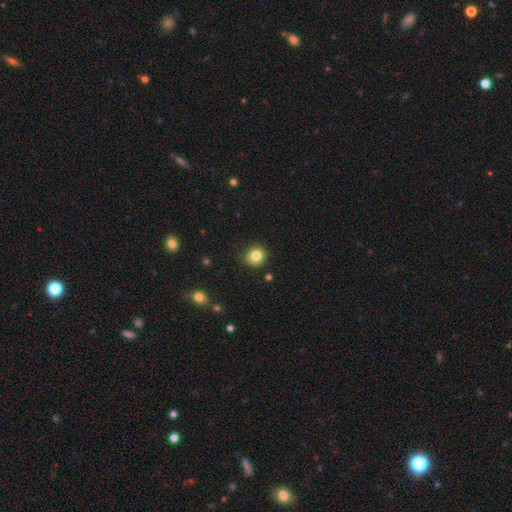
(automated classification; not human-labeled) Morphology: type=smooth (82%); roundness=round (81%); merging=none (85%).